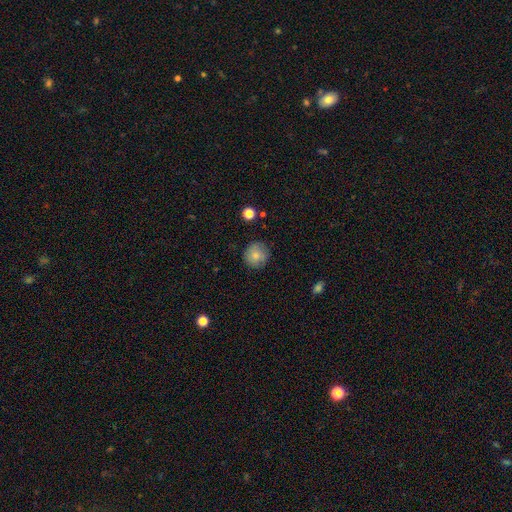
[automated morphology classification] Smooth or featured: smooth — 79% (featured or disk — 13%)
How rounded: round — 92% (in between — 7%)
Merging: none — 83% (minor disturbance — 12%)